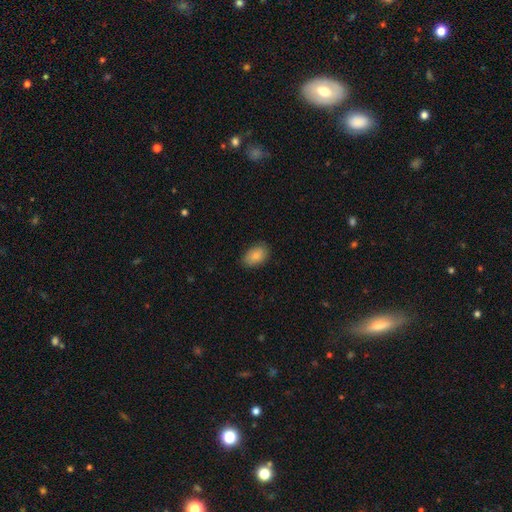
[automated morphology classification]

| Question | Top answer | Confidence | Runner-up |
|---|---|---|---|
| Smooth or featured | smooth | 85% | featured or disk (8%) |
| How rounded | in between | 88% | round (11%) |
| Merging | none | 82% | minor disturbance (14%) |